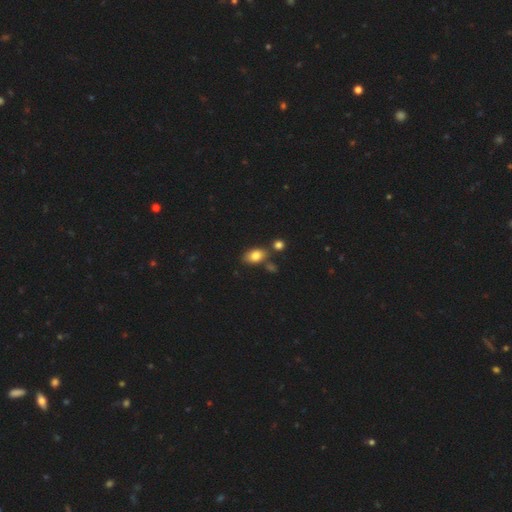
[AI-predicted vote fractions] The model was most divided on "merging": none: 68%, merger: 15%, minor disturbance: 13%, major disturbance: 3%. More confident: how rounded — in between (87%); smooth or featured — smooth (81%).